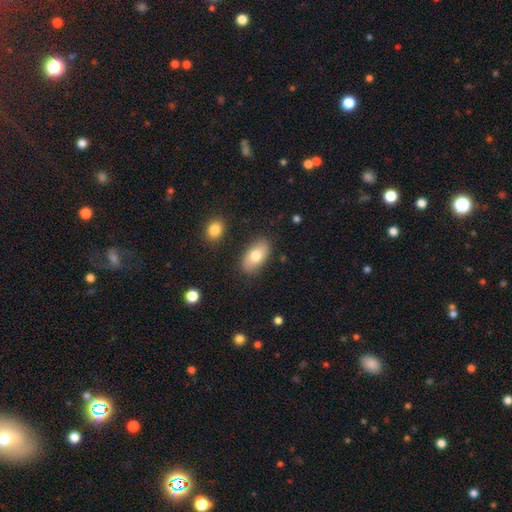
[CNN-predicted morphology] A smooth galaxy with no disk features (76%) that is in between round and cigar-shaped (92%).

Vote fractions:
- Smooth or featured? smooth: 76% / featured or disk: 17% / star or artifact: 7%
- How rounded? in between: 92% / round: 5% / cigar-shaped: 2%
- Merging? none: 85% / minor disturbance: 11% / major disturbance: 3% / merger: 2%